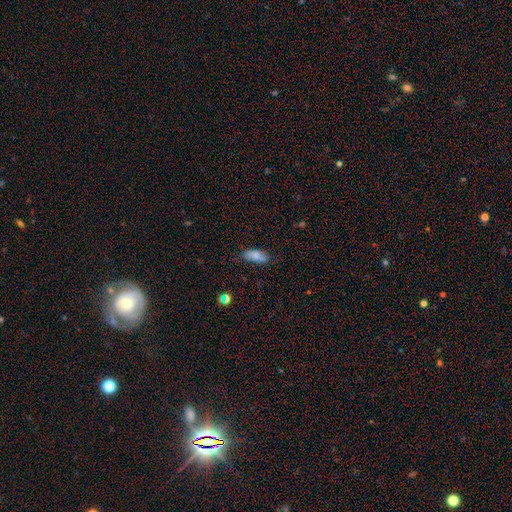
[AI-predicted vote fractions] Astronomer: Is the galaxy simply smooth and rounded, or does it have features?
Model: smooth — 79%.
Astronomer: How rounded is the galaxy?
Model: in between — 78%.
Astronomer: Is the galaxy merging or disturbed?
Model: none — 73%.